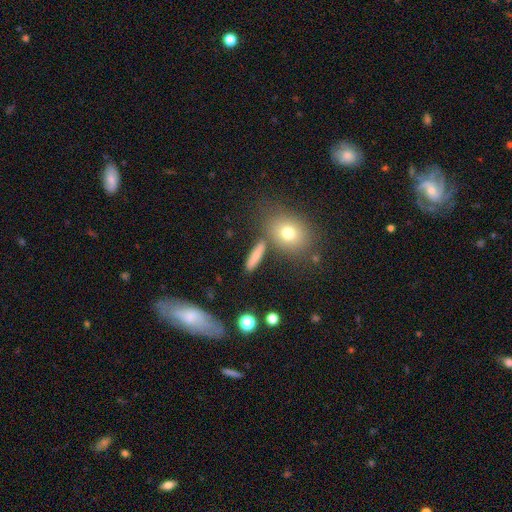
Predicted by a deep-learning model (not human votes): Smooth or featured? Predicted: smooth (p=0.74). How rounded? Predicted: cigar-shaped (p=0.62). Merging? Predicted: none (p=0.79).